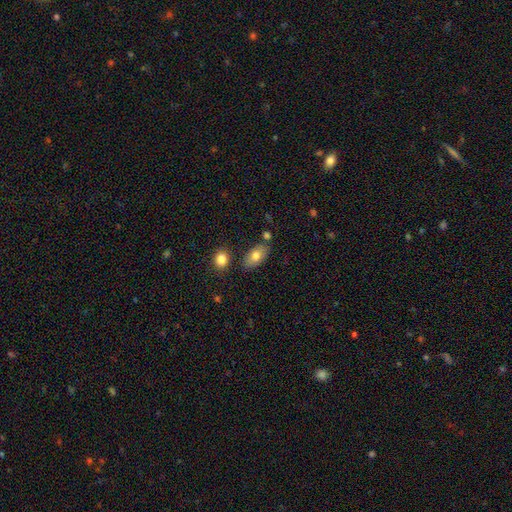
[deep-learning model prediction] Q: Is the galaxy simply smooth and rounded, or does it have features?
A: smooth — 77%.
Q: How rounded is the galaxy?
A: in between — 90%.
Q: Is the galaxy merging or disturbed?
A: none — 78%.